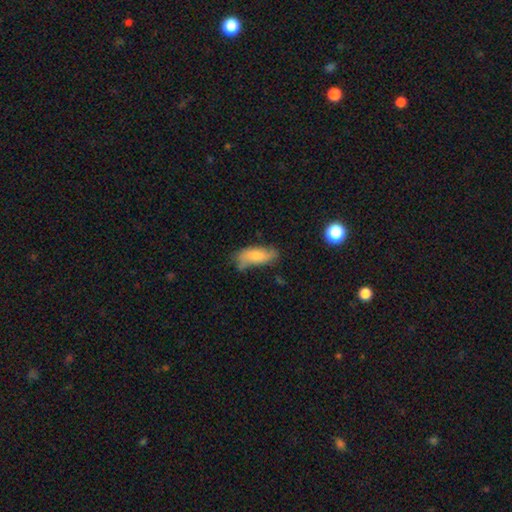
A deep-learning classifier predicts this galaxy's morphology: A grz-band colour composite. It shows a smooth galaxy with no disk features (67%) that is in between round and cigar-shaped (81%). Merging: none (53%).